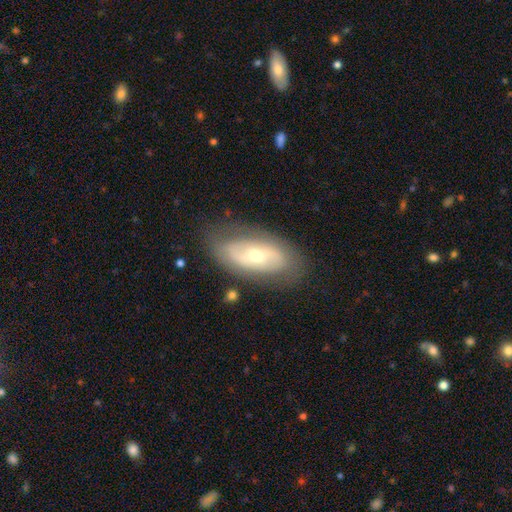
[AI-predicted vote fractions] Smooth or featured?
  - featured or disk: 62% *
  - smooth: 31%
  - star or artifact: 7%
Edge-on disk?
  - no: 89% *
  - yes: 11%
Bar?
  - no: 56% *
  - weak: 29%
  - strong: 15%
Spiral arms?
  - yes: 58% *
  - no: 42%
Bulge size?
  - moderate: 50% *
  - small: 46%
  - large: 3%
  - dominant: 1%
  - none: 1%
Merging?
  - none: 76% *
  - minor disturbance: 16%
  - major disturbance: 6%
  - merger: 2%